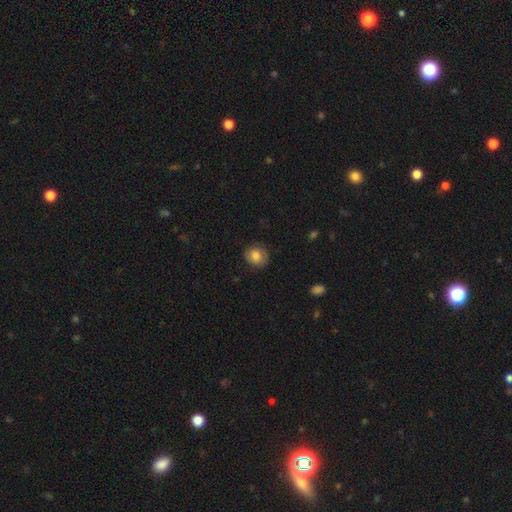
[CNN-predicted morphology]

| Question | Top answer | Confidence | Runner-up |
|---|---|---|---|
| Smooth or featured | smooth | 76% | featured or disk (15%) |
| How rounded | round | 78% | in between (21%) |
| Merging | none | 83% | minor disturbance (13%) |